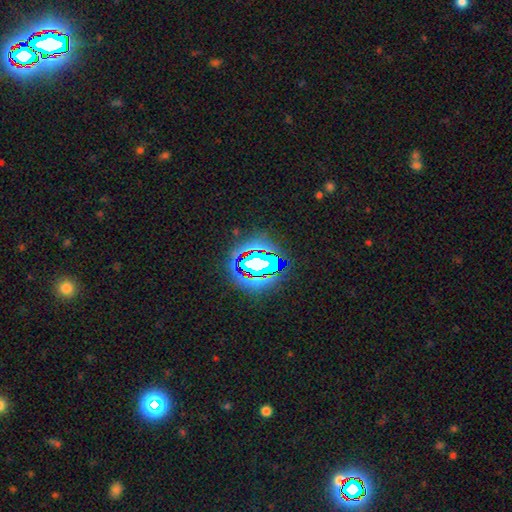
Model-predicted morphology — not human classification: A star or artifact, not a galaxy (69%).